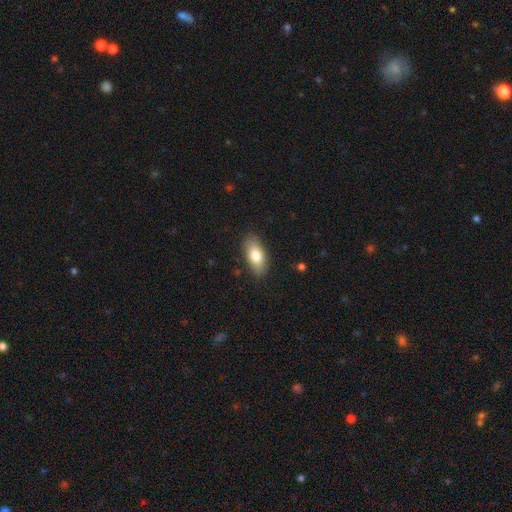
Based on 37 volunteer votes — Q: Smooth or featured?
A: smooth (84%); runner-up: featured or disk (8%)
Q: How rounded?
A: in between (90%); runner-up: cigar-shaped (6%)
Q: Merging?
A: none (91%); runner-up: minor disturbance (9%)